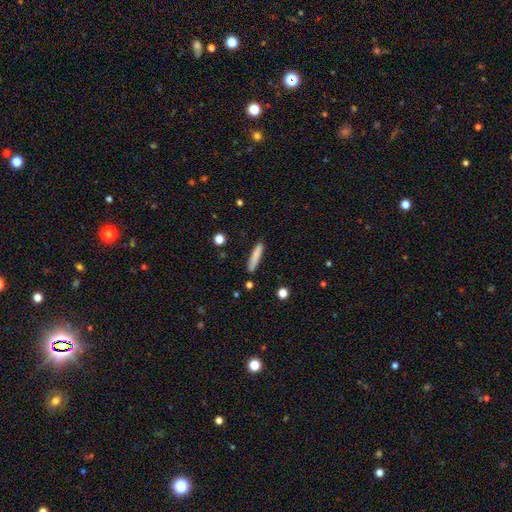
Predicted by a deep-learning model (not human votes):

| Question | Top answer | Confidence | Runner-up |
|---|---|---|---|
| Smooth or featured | smooth | 82% | featured or disk (12%) |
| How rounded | cigar-shaped | 90% | in between (9%) |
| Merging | none | 86% | minor disturbance (10%) |